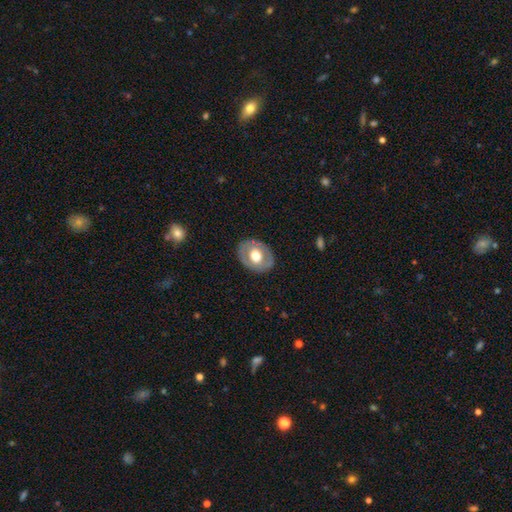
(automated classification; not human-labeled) This appears to be a smooth galaxy with no disk features (48%). Merging: none (83%).